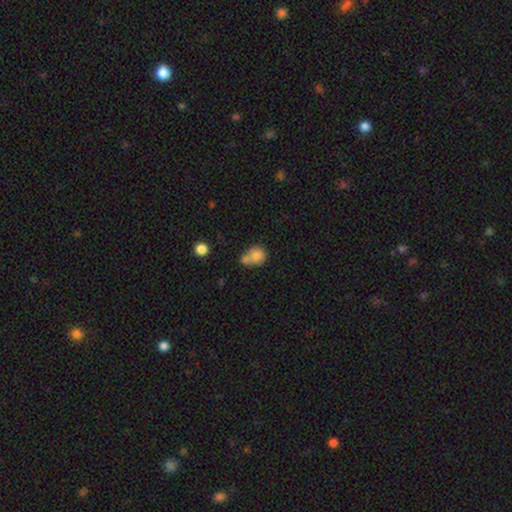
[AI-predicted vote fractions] This appears to be a smooth galaxy with no disk features (78%) that is round (74%). Merging: merger (46%).